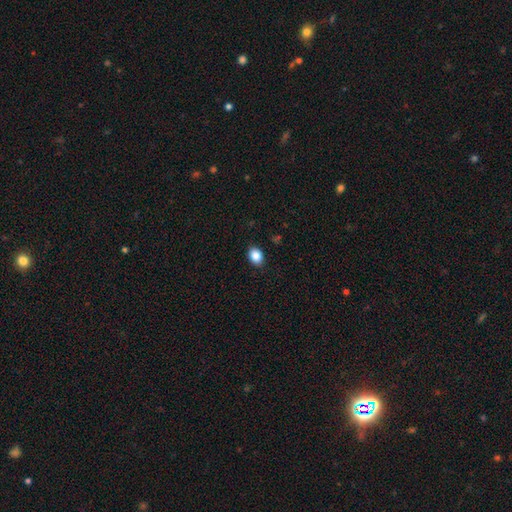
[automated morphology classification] Overall: smooth (87%). How rounded: in between (61%; round 38%). Merging: none (89%).